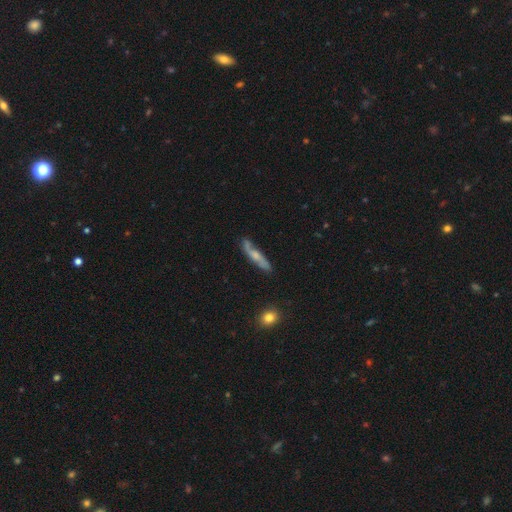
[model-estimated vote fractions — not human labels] Smooth or featured?
  - featured or disk: 60% *
  - smooth: 33%
  - star or artifact: 6%
Edge-on disk?
  - no: 51% *
  - yes: 49%
Merging?
  - none: 74% *
  - minor disturbance: 19%
  - major disturbance: 4%
  - merger: 3%